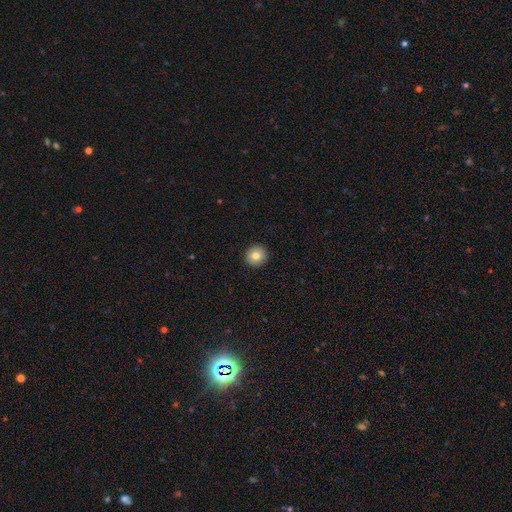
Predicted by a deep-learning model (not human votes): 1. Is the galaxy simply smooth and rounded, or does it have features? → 79% smooth, 12% featured or disk, 9% star or artifact.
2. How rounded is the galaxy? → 92% round, 7% in between, 1% cigar-shaped.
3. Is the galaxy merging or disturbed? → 93% none, 5% minor disturbance, 1% major disturbance, 1% merger.